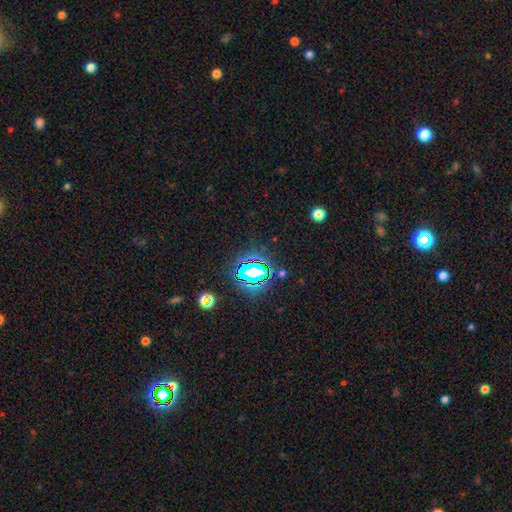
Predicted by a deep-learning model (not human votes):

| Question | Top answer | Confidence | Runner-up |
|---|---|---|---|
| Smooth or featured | star or artifact | 80% | smooth (12%) |